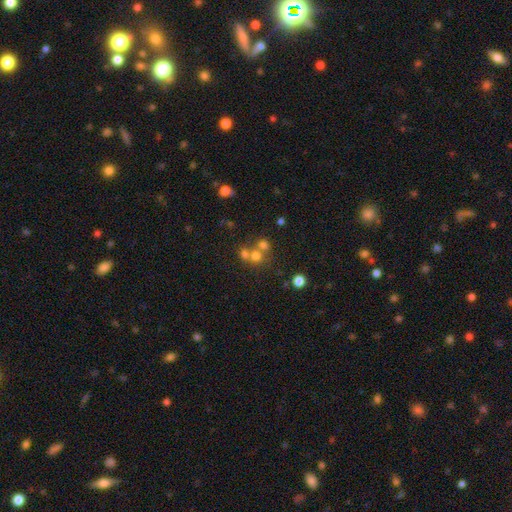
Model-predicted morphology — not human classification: Smooth or featured?
  - smooth: 64% *
  - star or artifact: 20%
  - featured or disk: 16%
How rounded?
  - round: 84% *
  - in between: 15%
  - cigar-shaped: 1%
Merging?
  - merger: 46% *
  - none: 43%
  - minor disturbance: 6%
  - major disturbance: 4%